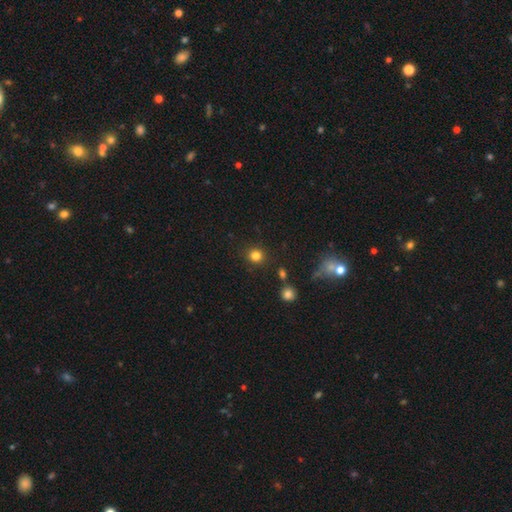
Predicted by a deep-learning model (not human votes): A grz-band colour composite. It shows a smooth galaxy with no disk features (82%) that is round (88%). Merging: none (88%).